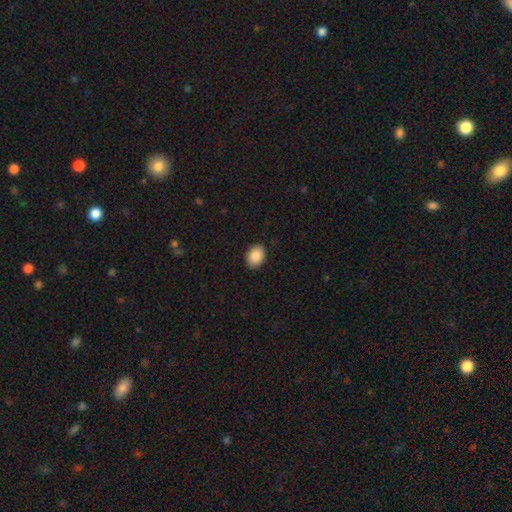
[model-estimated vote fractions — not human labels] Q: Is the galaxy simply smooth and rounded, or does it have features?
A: smooth — 89%.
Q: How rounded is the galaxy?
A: in between — 68%.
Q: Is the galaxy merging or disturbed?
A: none — 89%.